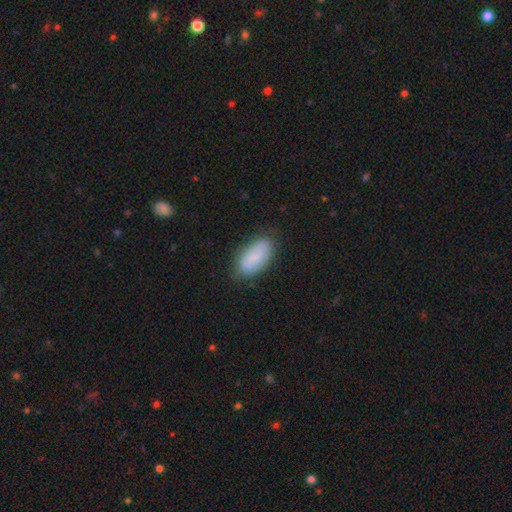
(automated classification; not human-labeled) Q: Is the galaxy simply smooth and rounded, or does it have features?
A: smooth — 85%.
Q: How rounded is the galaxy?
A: in between — 91%.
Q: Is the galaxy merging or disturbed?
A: none — 79%.